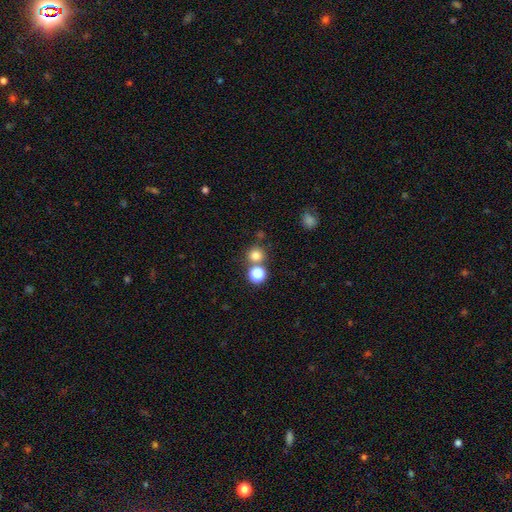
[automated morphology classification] Q: Smooth or featured?
A: smooth (76%); runner-up: star or artifact (18%)
Q: How rounded?
A: round (91%); runner-up: in between (8%)
Q: Merging?
A: none (70%); runner-up: merger (20%)